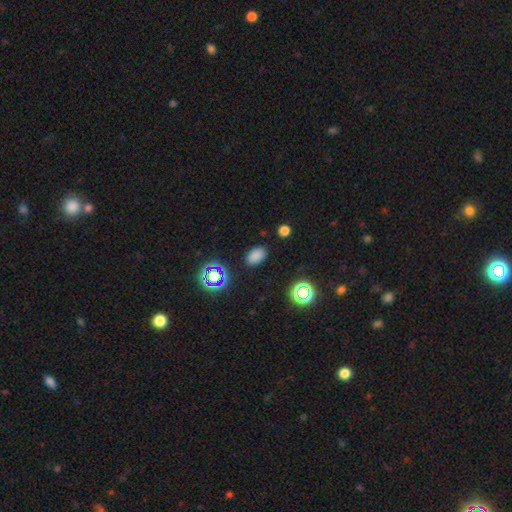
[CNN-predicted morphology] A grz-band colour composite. It shows a smooth galaxy with no disk features (78%) that is in between round and cigar-shaped (88%). Merging: none (87%).